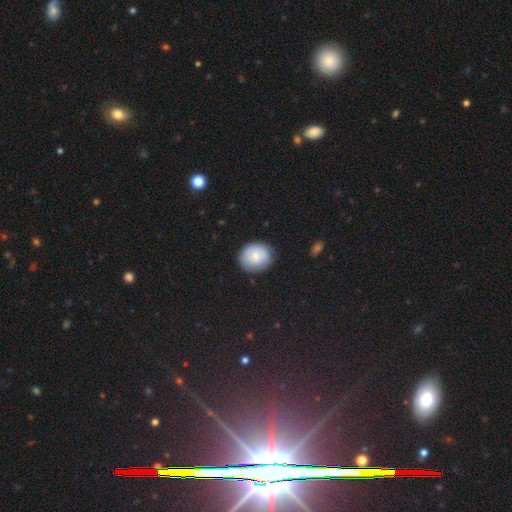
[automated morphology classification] smooth_or_featured: smooth (p=0.75) [alt: featured or disk p=0.17]
how_rounded: round (p=0.81) [alt: in between p=0.18]
merging: none (p=0.84) [alt: minor disturbance p=0.12]